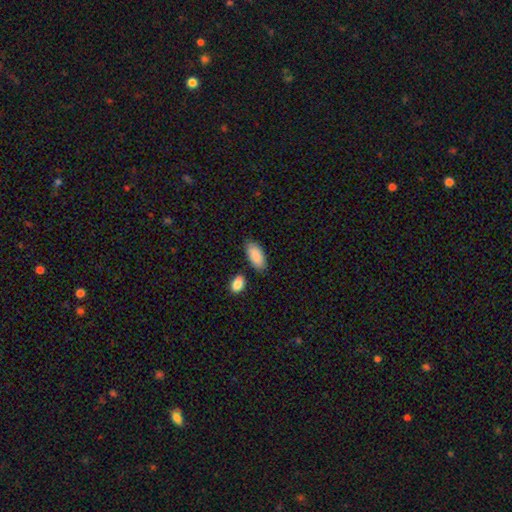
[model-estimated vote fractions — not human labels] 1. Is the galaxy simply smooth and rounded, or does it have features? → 90% smooth, 6% star or artifact, 5% featured or disk.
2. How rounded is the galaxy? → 92% in between, 6% cigar-shaped, 2% round.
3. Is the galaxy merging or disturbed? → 78% none, 13% minor disturbance, 6% merger, 3% major disturbance.